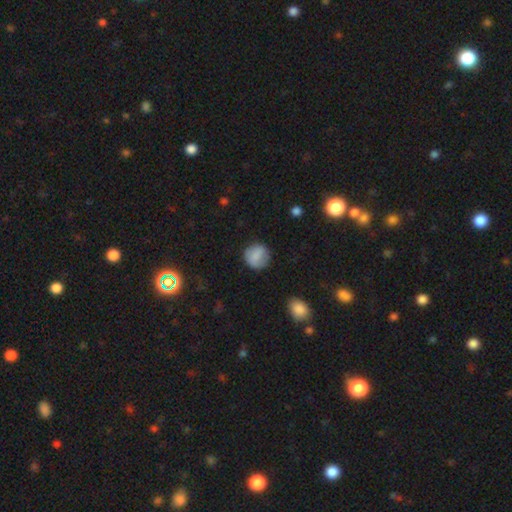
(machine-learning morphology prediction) A smooth galaxy with no disk features (80%) that is round (89%).

Vote fractions:
- Smooth or featured? smooth: 80% / featured or disk: 12% / star or artifact: 8%
- How rounded? round: 89% / in between: 10% / cigar-shaped: 1%
- Merging? none: 80% / minor disturbance: 14% / major disturbance: 4% / merger: 1%